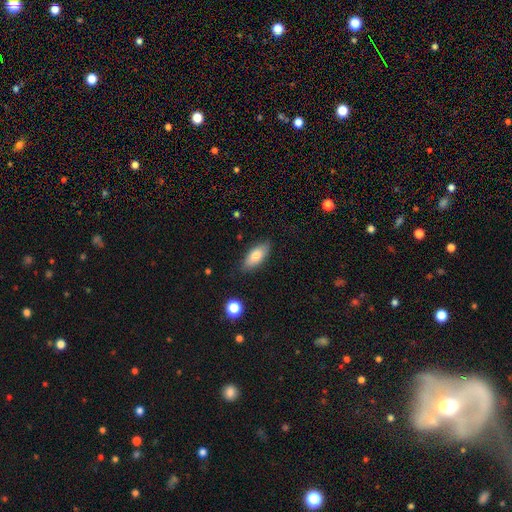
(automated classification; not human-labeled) Smooth or featured? smooth (76%)
How rounded? in between (83%)
Merging? none (84%)